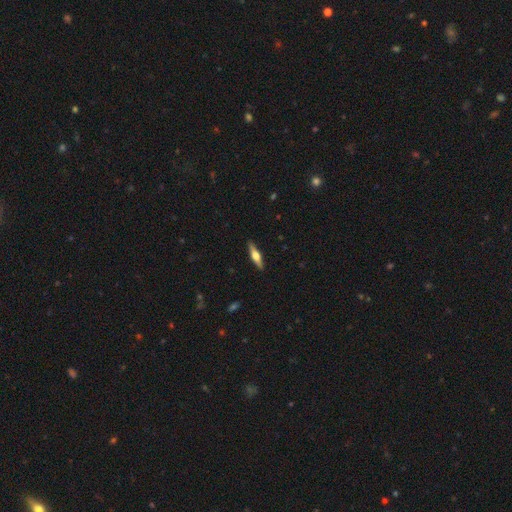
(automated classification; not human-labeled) The model was most divided on "smooth or featured": featured or disk: 59%, smooth: 35%, star or artifact: 6%. More confident: edge-on disk — yes (96%); edge-on bulge — rounded (91%); merging — none (90%).